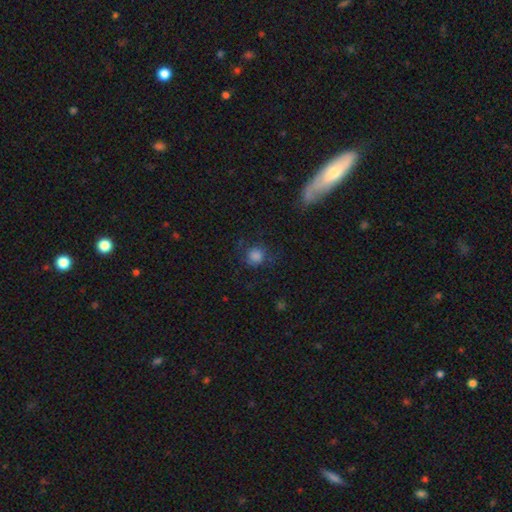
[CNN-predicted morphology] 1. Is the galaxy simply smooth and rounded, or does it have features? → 77% smooth, 14% star or artifact, 9% featured or disk.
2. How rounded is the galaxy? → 88% round, 11% in between, 1% cigar-shaped.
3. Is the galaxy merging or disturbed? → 70% none, 17% minor disturbance, 11% major disturbance, 2% merger.